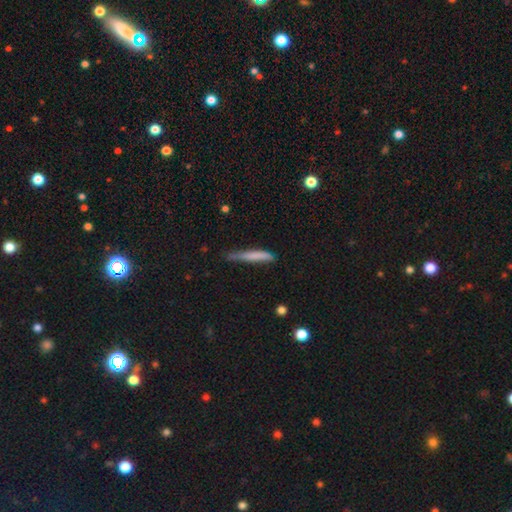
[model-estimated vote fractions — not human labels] A smooth galaxy with no disk features (72%) that is cigar-shaped (93%). Merging: none (54%).